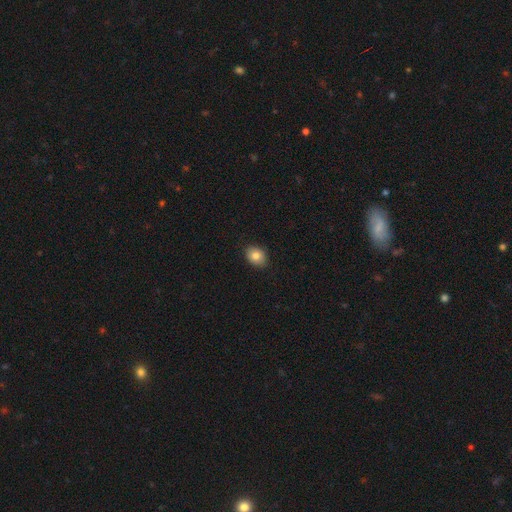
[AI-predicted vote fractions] smooth_or_featured: smooth (p=0.84) [alt: star or artifact p=0.09]
how_rounded: in between (p=0.60) [alt: round p=0.39]
merging: none (p=0.88) [alt: minor disturbance p=0.09]